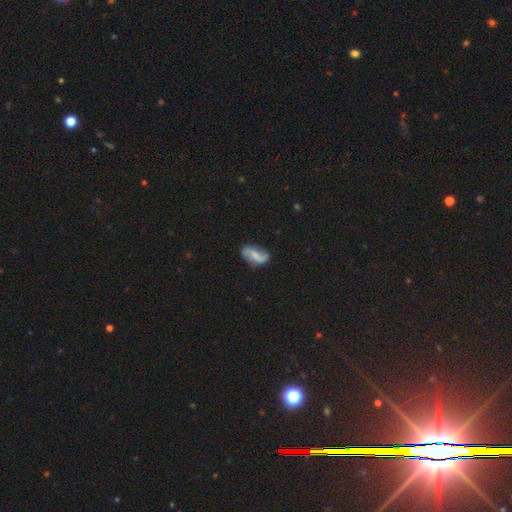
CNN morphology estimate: A featured or disk galaxy (66%) with a weak bar (43%), 2 (89%) loose (75%) spiral arms (90%) and a small central bulge (46%). Merging: none (72%).